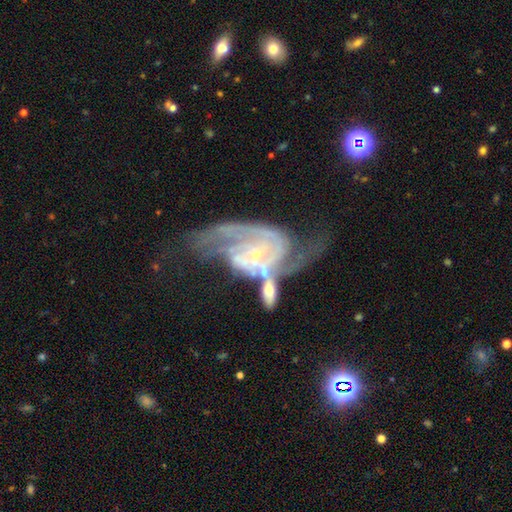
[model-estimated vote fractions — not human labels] Smooth or featured? Predicted: featured or disk (p=0.90). Edge-on disk? Predicted: no (p=0.97). Bar? Predicted: no (p=0.57). Spiral arms? Predicted: yes (p=0.97). Spiral winding? Predicted: medium (p=0.46). Spiral arm count? Predicted: 2 (p=0.67). Bulge size? Predicted: small (p=0.80). Merging? Predicted: none (p=0.32).